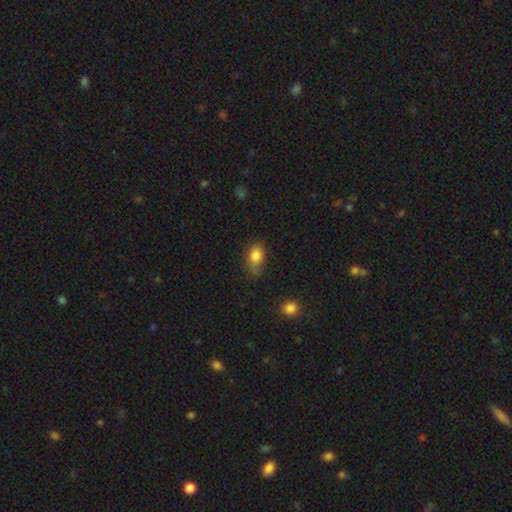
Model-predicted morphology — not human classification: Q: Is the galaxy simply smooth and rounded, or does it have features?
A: smooth — 83%.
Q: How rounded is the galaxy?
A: in between — 75%.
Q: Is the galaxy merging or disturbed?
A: none — 54%.